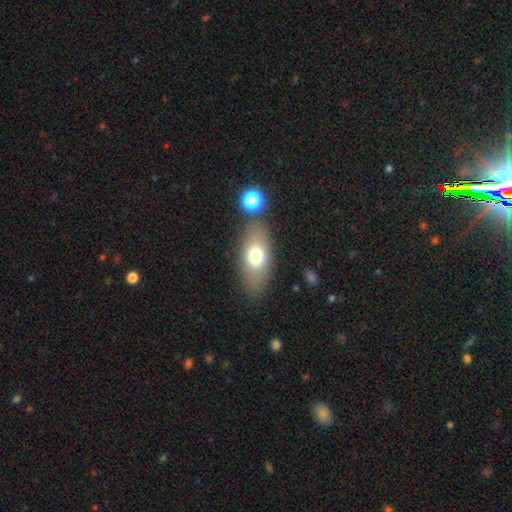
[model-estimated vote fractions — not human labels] This appears to be a smooth galaxy with no disk features (69%) that is in between round and cigar-shaped (85%). Merging: none (76%).